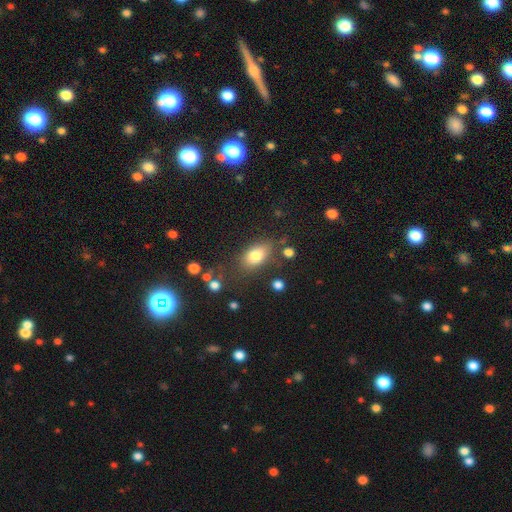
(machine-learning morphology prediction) A smooth galaxy with no disk features (79%) that is in between round and cigar-shaped (85%). Merging: none (71%).